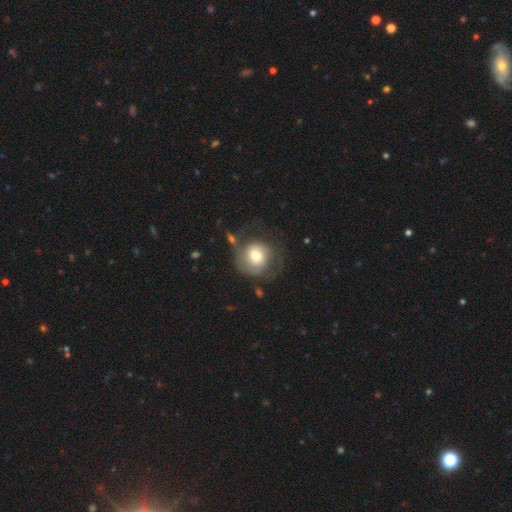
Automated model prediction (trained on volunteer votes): Morphology: type=featured or disk (47%); merging=none (48%).